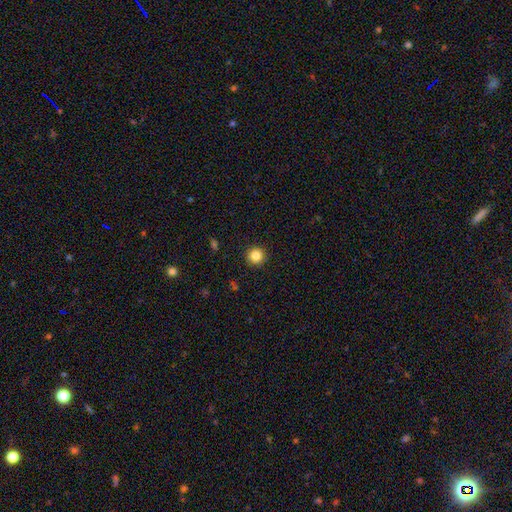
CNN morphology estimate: This is clearly a smooth galaxy (84%). How rounded: clearly round (96%). Merging: clearly none (93%).